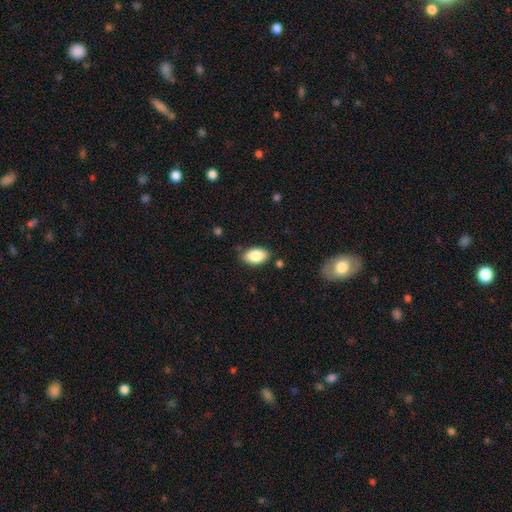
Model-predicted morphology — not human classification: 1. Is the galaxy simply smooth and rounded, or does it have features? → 85% smooth, 8% featured or disk, 7% star or artifact.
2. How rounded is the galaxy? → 93% in between, 6% round, 2% cigar-shaped.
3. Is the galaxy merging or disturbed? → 81% none, 14% minor disturbance, 3% major disturbance, 2% merger.